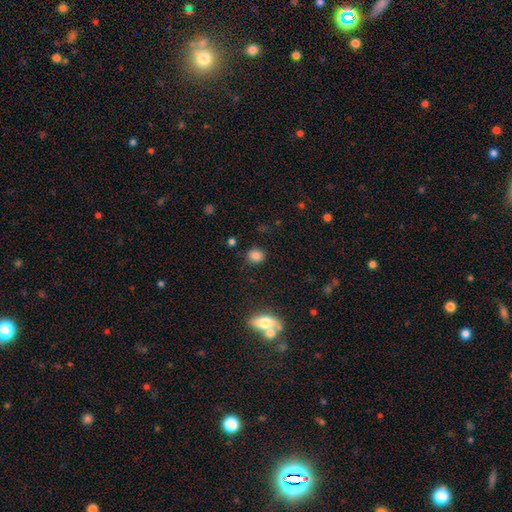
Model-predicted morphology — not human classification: Smooth or featured: smooth — 84% (star or artifact — 11%)
How rounded: round — 68% (in between — 31%)
Merging: none — 85% (minor disturbance — 9%)